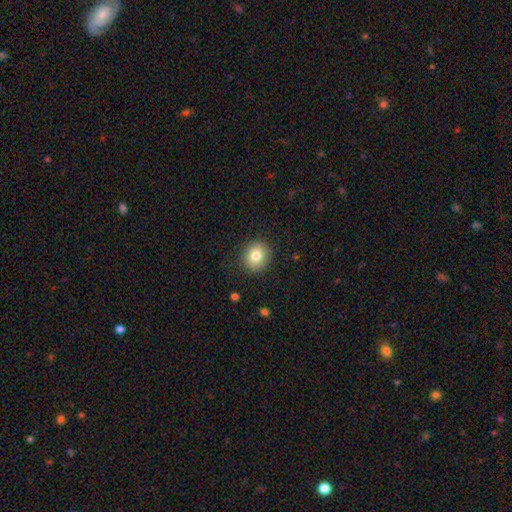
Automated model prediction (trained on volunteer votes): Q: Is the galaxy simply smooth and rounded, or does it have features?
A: smooth — 81%.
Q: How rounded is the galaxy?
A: round — 75%.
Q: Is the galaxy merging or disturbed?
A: none — 89%.